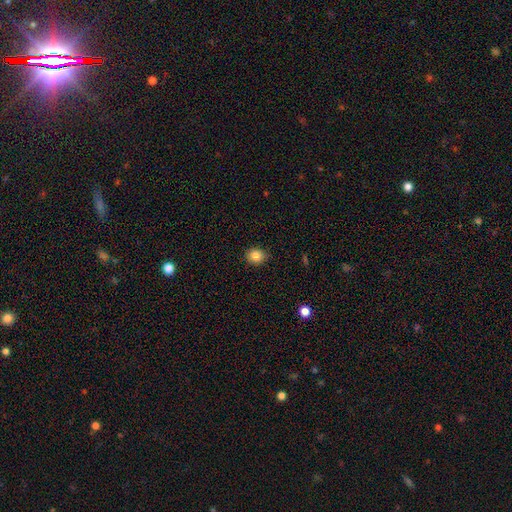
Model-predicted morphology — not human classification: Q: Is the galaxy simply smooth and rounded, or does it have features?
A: smooth — 85%.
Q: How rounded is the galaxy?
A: round — 71%.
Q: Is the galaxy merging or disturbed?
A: none — 88%.